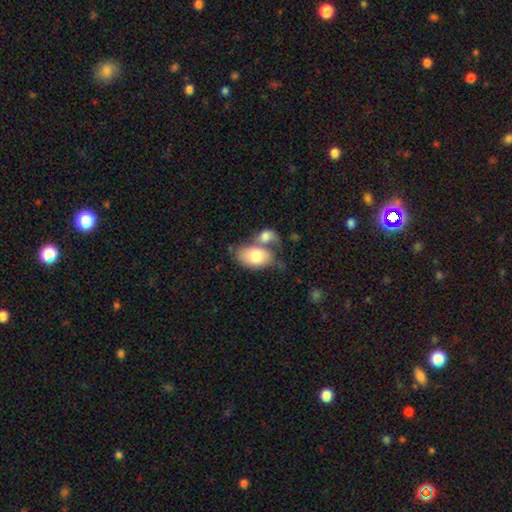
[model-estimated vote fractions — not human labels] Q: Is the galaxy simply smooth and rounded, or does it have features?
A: smooth — 75%.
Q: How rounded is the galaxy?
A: in between — 91%.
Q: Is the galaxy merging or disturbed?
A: merger — 55%.